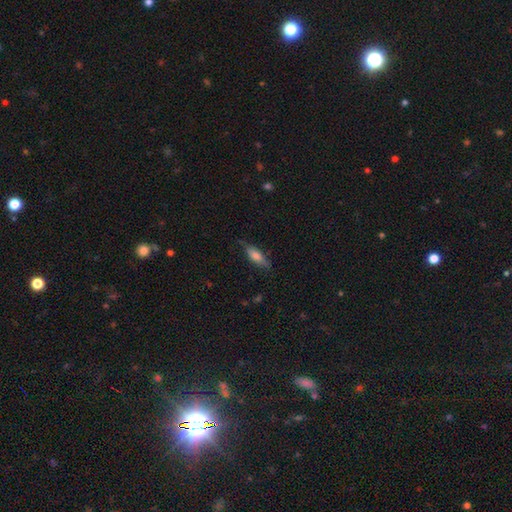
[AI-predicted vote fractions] Smooth or featured?
  - smooth: 64% *
  - featured or disk: 29%
  - star or artifact: 7%
How rounded?
  - in between: 53% *
  - cigar-shaped: 45%
  - round: 2%
Merging?
  - none: 71% *
  - minor disturbance: 23%
  - major disturbance: 5%
  - merger: 2%